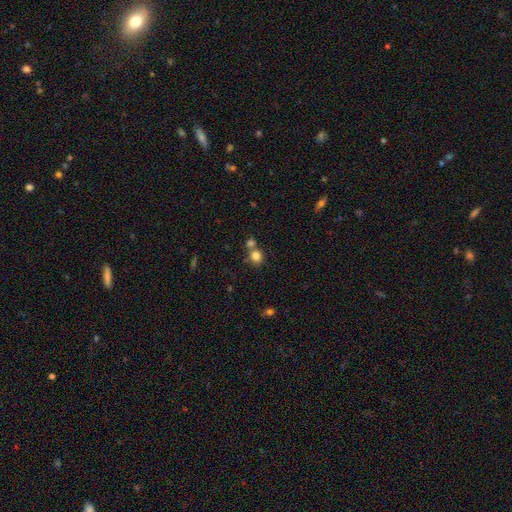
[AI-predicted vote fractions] This is clearly a smooth galaxy (81%). How rounded: likely round (76%). Merging: possibly none (54%).